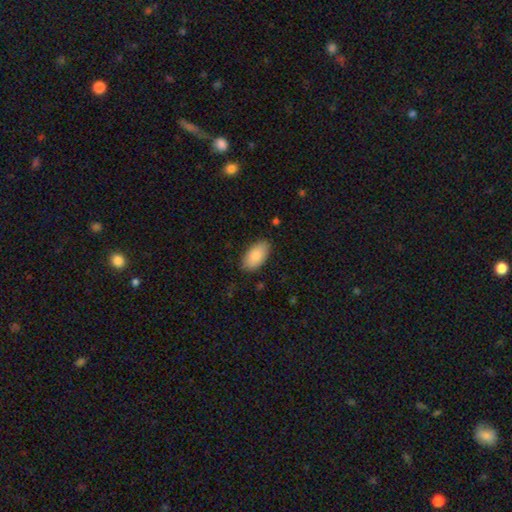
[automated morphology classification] This is clearly a smooth galaxy (86%). How rounded: clearly in between (95%). Merging: clearly none (84%).